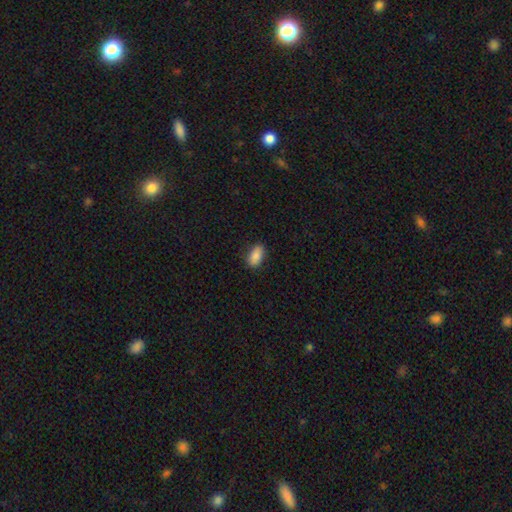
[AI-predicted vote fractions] Smooth or featured? smooth (87%)
How rounded? in between (91%)
Merging? none (85%)